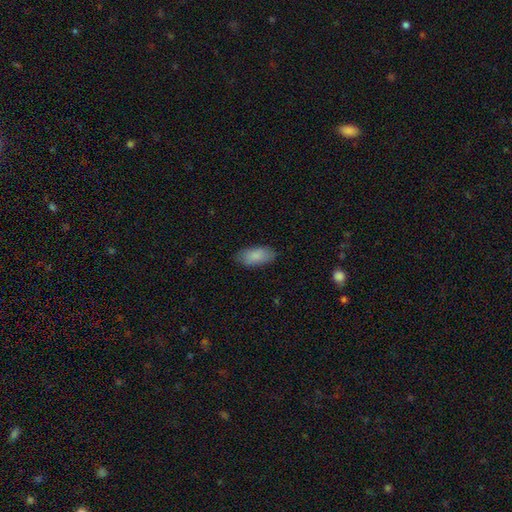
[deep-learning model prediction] smooth_or_featured: smooth (p=0.87) [alt: featured or disk p=0.07]
how_rounded: in between (p=0.92) [alt: cigar-shaped p=0.06]
merging: none (p=0.83) [alt: minor disturbance p=0.14]